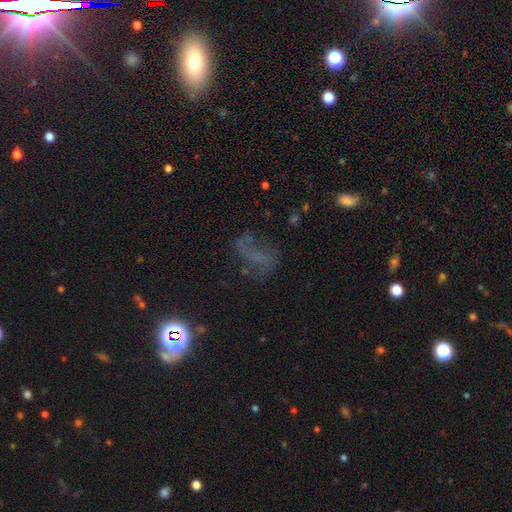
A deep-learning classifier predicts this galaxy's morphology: Smooth or featured?
  - featured or disk: 37% *
  - star or artifact: 35%
  - smooth: 27%
Merging?
  - none: 48% *
  - major disturbance: 28%
  - minor disturbance: 19%
  - merger: 5%